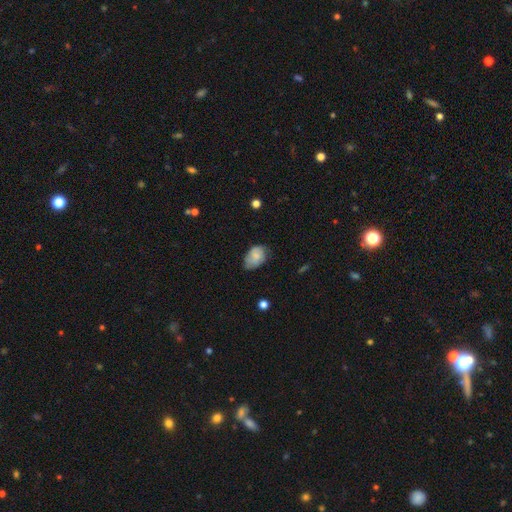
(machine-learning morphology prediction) Smooth or featured: smooth — 75% (featured or disk — 17%)
How rounded: in between — 85% (round — 14%)
Merging: none — 52% (minor disturbance — 37%)